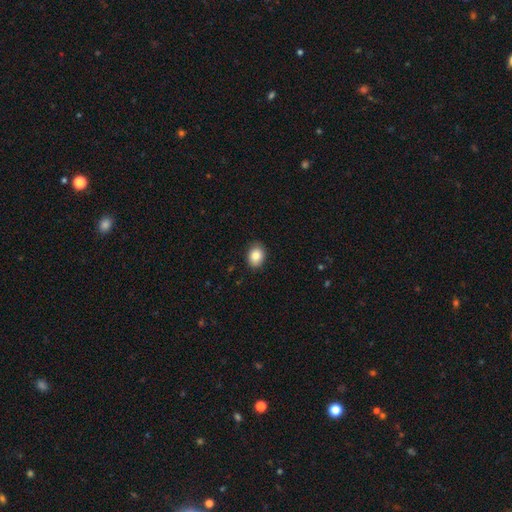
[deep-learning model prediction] smooth-or-featured: smooth: 85% | star or artifact: 9% | featured or disk: 6%
  how-rounded: in between: 63% | round: 36% | cigar-shaped: 1%
  merging: none: 88% | minor disturbance: 9% | major disturbance: 2% | merger: 1%